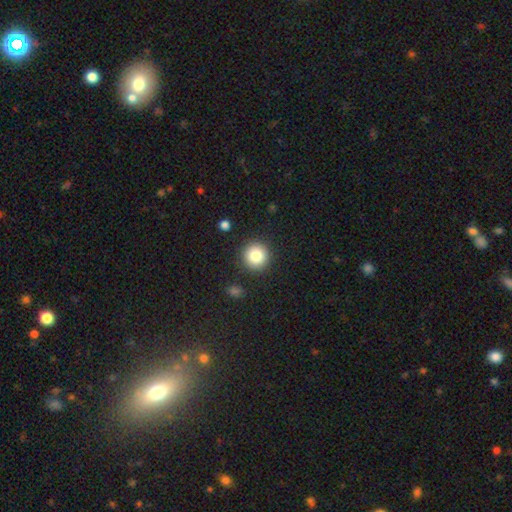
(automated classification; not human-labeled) Morphology: type=smooth (83%); roundness=round (94%); merging=none (89%).